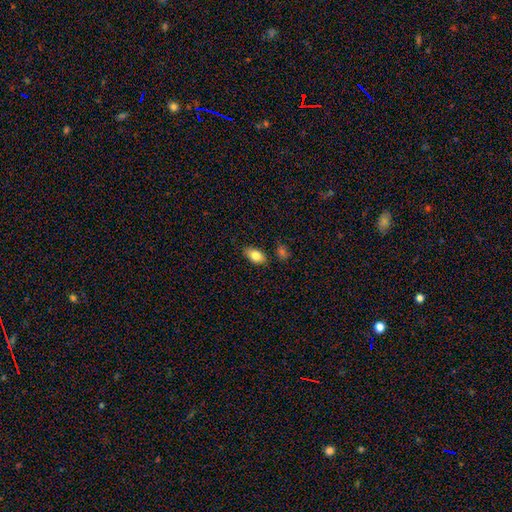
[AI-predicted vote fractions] Overall: smooth (80%). How rounded: in between (90%). Merging: none (81%).